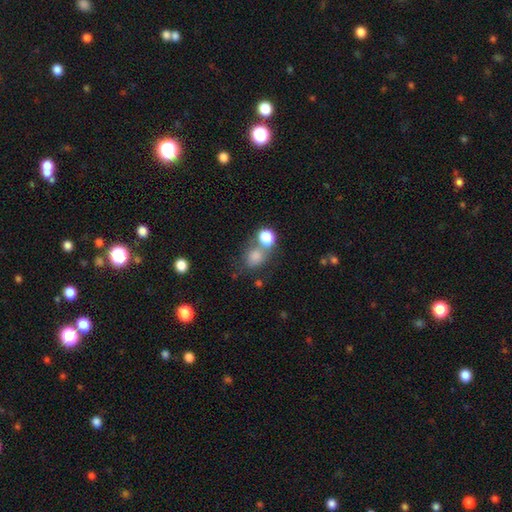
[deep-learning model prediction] smooth 74%, star or artifact 17%, featured or disk 8%. Down the decision tree: how rounded — round (70%); merging — none (55%).